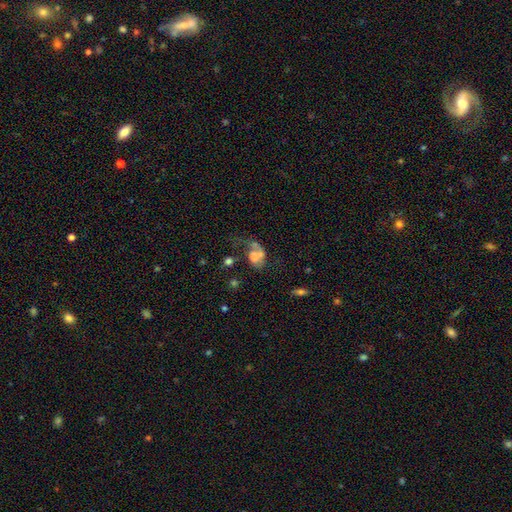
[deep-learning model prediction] Smooth or featured: smooth — 46% (featured or disk — 41%)
Merging: major disturbance — 39% (merger — 30%)